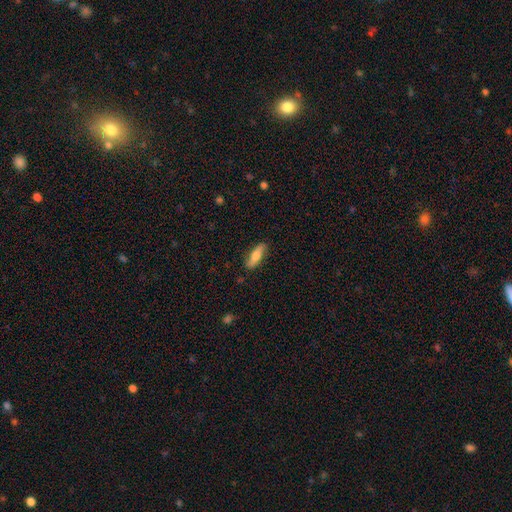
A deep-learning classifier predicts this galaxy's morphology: Smooth or featured: smooth — 69% (featured or disk — 25%)
How rounded: cigar-shaped — 51% (in between — 47%)
Merging: none — 84% (minor disturbance — 13%)